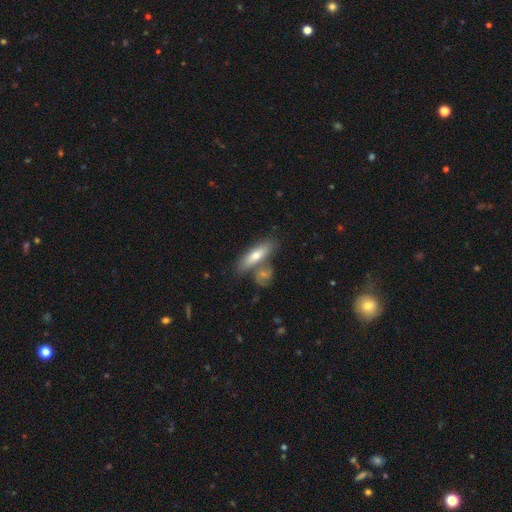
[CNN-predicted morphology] Q: Smooth or featured?
A: smooth (62%); runner-up: featured or disk (32%)
Q: How rounded?
A: cigar-shaped (56%); runner-up: in between (41%)
Q: Merging?
A: none (63%); runner-up: merger (22%)